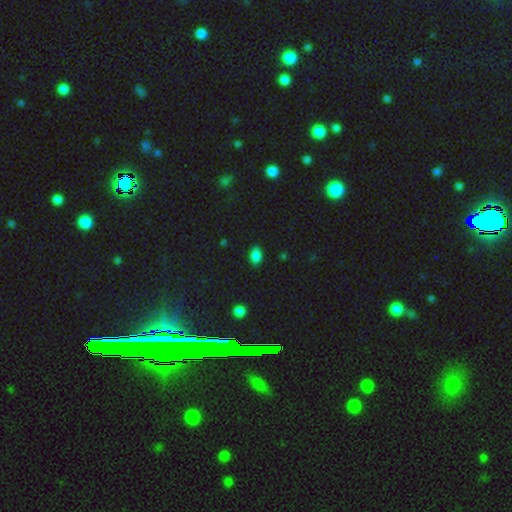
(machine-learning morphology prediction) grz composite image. It shows a smooth galaxy with no disk features (83%) that is in between round and cigar-shaped (87%). Merging: none (85%).